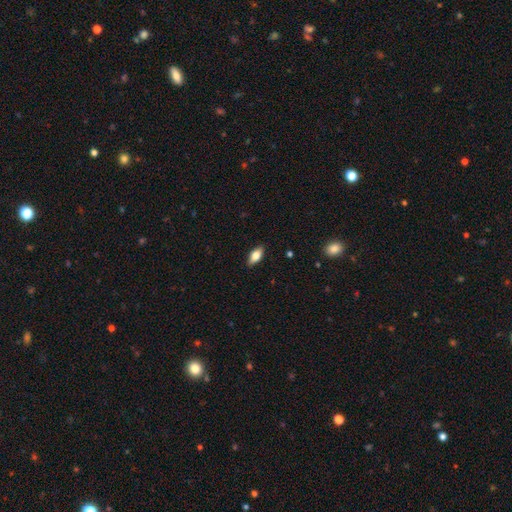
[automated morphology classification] smooth-or-featured: smooth: 76% | featured or disk: 17% | star or artifact: 7%
  how-rounded: in between: 87% | cigar-shaped: 10% | round: 3%
  merging: none: 87% | minor disturbance: 10% | major disturbance: 2% | merger: 1%